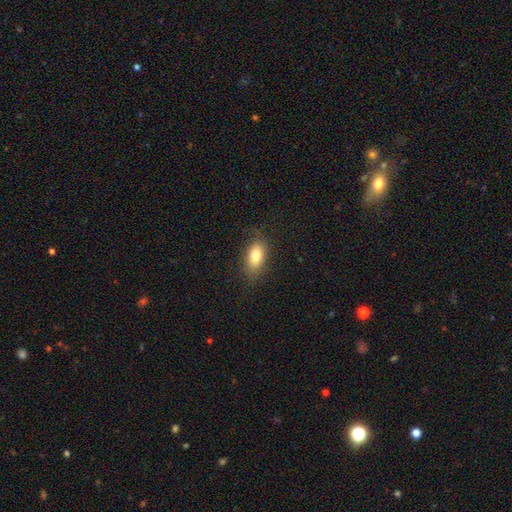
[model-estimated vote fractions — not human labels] smooth-or-featured: smooth: 77% | featured or disk: 14% | star or artifact: 9%
  how-rounded: in between: 88% | round: 9% | cigar-shaped: 4%
  merging: none: 78% | minor disturbance: 16% | major disturbance: 6% | merger: 1%